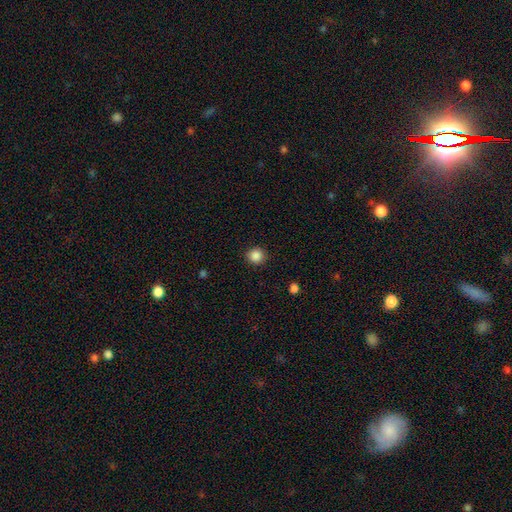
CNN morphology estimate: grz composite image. It shows a smooth galaxy with no disk features (87%) that is round (91%). Merging: none (91%).